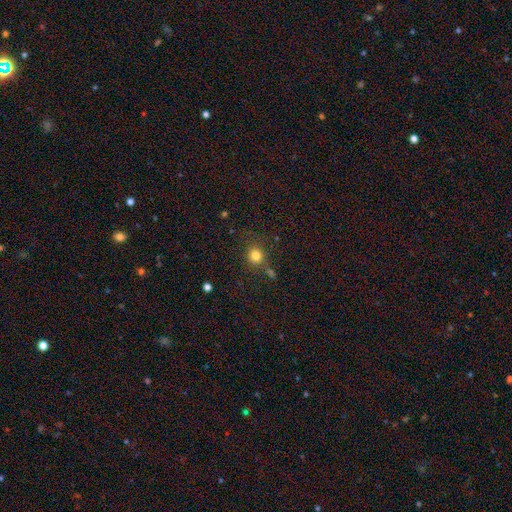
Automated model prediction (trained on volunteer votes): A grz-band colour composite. It shows a smooth galaxy with no disk features (79%) that is round (87%). Merging: none (74%).